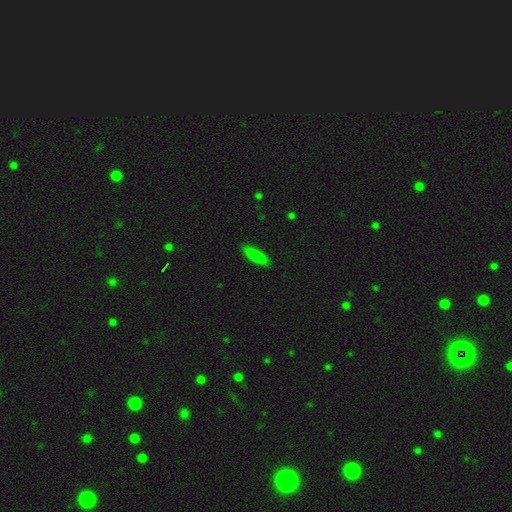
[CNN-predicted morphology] Smooth or featured? smooth (85%)
How rounded? cigar-shaped (57%)
Merging? none (88%)